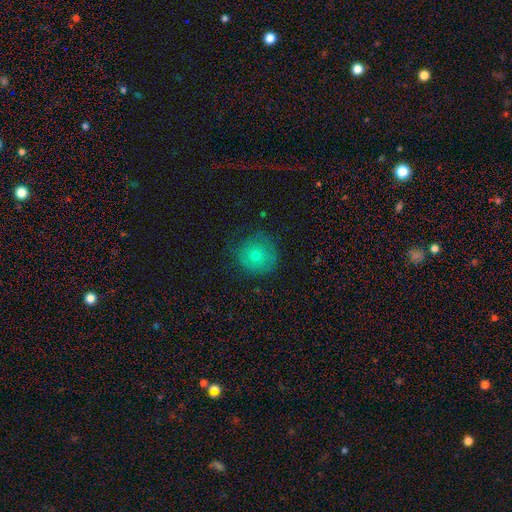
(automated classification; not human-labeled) This is likely a smooth galaxy (68%). How rounded: clearly round (92%). Merging: likely none (74%).